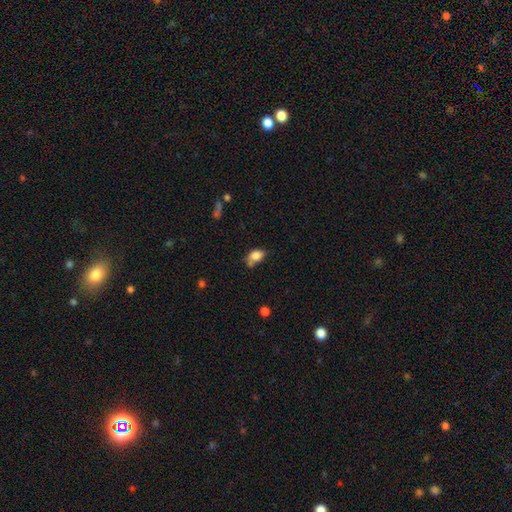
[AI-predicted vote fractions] Smooth or featured: smooth — 80% (featured or disk — 10%)
How rounded: in between — 82% (round — 16%)
Merging: none — 45% (minor disturbance — 30%)